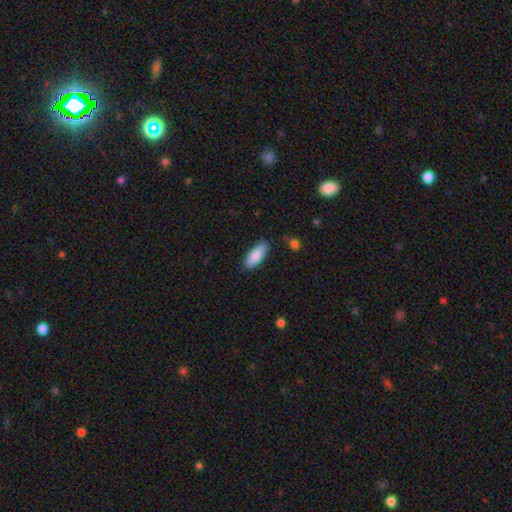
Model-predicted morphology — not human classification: Q: Smooth or featured?
A: smooth (84%); runner-up: featured or disk (10%)
Q: How rounded?
A: in between (76%); runner-up: cigar-shaped (22%)
Q: Merging?
A: none (85%); runner-up: minor disturbance (11%)